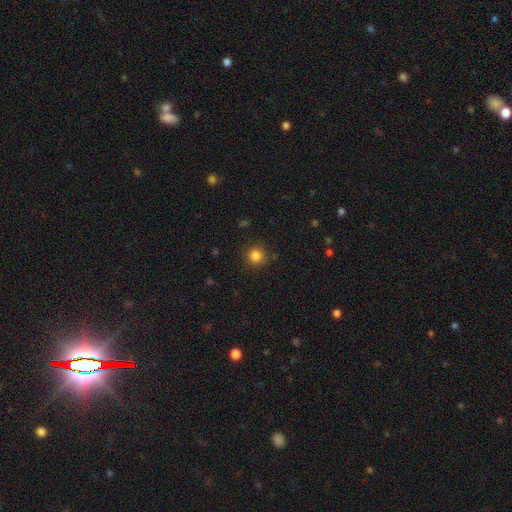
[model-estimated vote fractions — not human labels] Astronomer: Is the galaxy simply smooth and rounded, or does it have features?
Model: smooth — 83%.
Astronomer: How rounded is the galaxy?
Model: round — 93%.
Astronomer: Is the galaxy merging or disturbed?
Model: none — 88%.